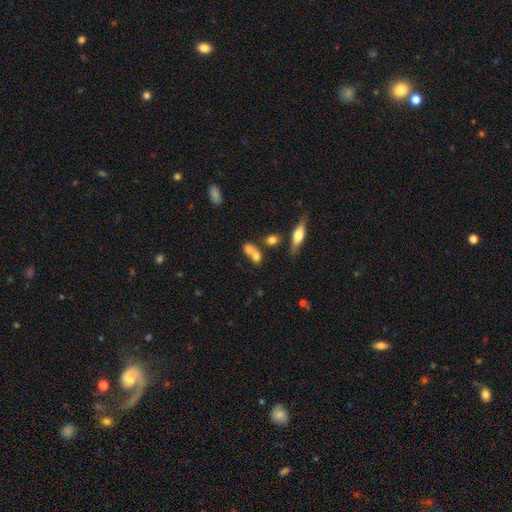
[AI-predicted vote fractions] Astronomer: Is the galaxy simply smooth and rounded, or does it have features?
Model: smooth — 67%.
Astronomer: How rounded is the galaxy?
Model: in between — 57% (runner-up: round, 36%).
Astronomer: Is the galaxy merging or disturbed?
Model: merger — 59%.